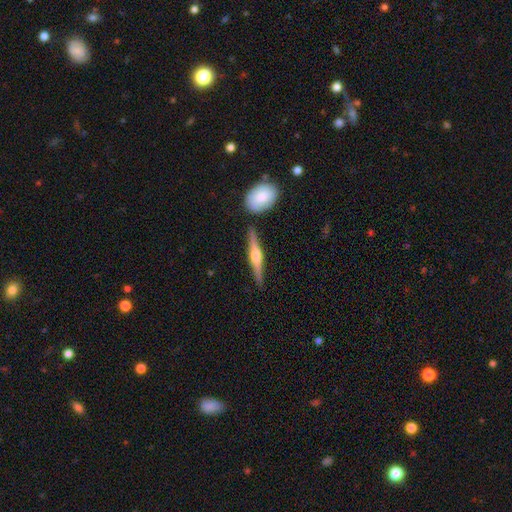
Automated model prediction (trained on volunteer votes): Smooth or featured? Predicted: featured or disk (p=0.71). Edge-on disk? Predicted: yes (p=0.97). Edge-on bulge? Predicted: rounded (p=0.90). Merging? Predicted: none (p=0.82).